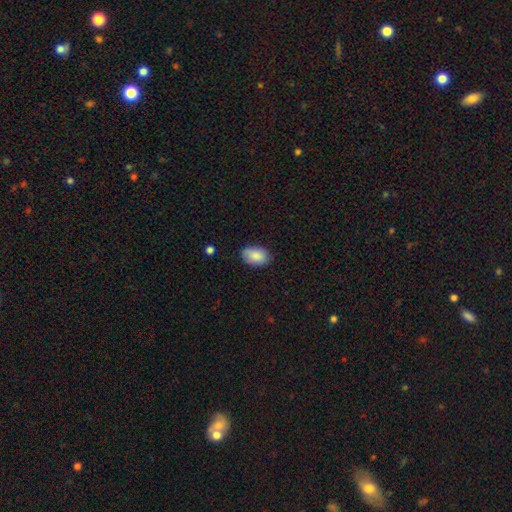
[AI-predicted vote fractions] smooth_or_featured: smooth (p=0.87) [alt: star or artifact p=0.07]
how_rounded: in between (p=0.90) [alt: round p=0.09]
merging: none (p=0.80) [alt: minor disturbance p=0.16]